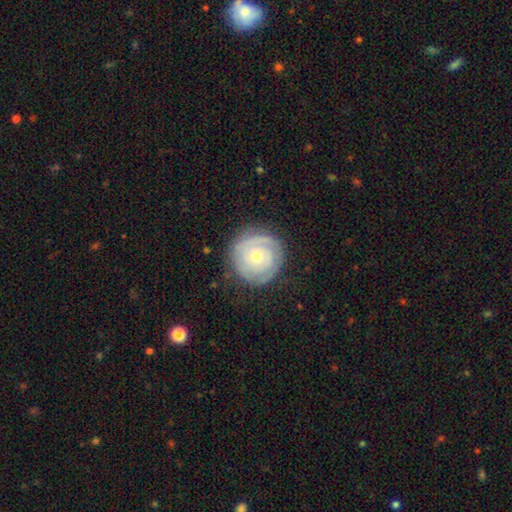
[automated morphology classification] Overall: featured or disk (75%). Edge-on disk: no (98%). Bar: no (81%). Spiral arms: yes (90%). Spiral arm count: 2 (37%; can't tell 30%). Spiral winding: tight (81%). Bulge size: small (66%; moderate 30%). Merging: none (82%).